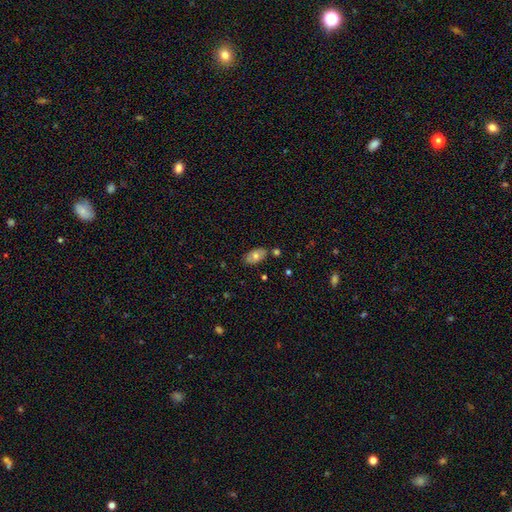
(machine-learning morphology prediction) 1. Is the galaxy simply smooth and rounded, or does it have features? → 66% smooth, 26% featured or disk, 8% star or artifact.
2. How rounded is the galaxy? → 93% in between, 5% round, 2% cigar-shaped.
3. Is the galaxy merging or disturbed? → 78% none, 14% minor disturbance, 5% merger, 3% major disturbance.